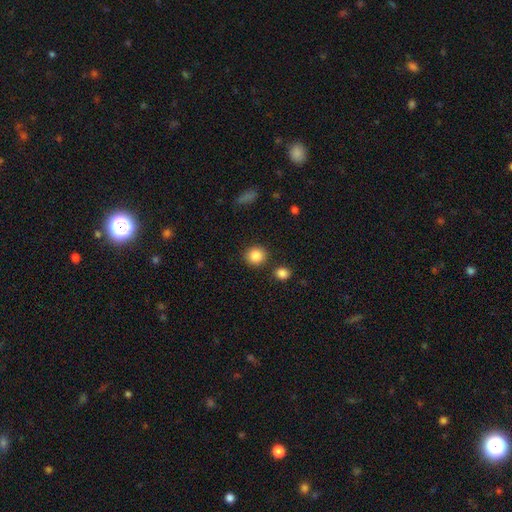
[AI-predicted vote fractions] Smooth or featured? smooth (86%)
How rounded? round (87%)
Merging? none (86%)